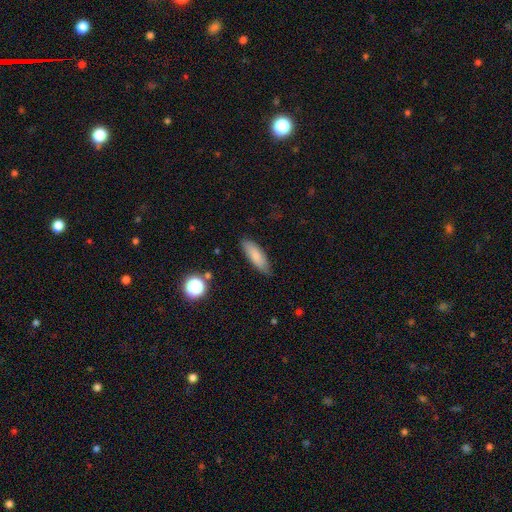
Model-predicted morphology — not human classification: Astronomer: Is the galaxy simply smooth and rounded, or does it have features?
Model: smooth — 80%.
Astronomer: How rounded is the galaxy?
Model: in between — 58% (runner-up: cigar-shaped, 40%).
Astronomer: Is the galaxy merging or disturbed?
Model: none — 79%.